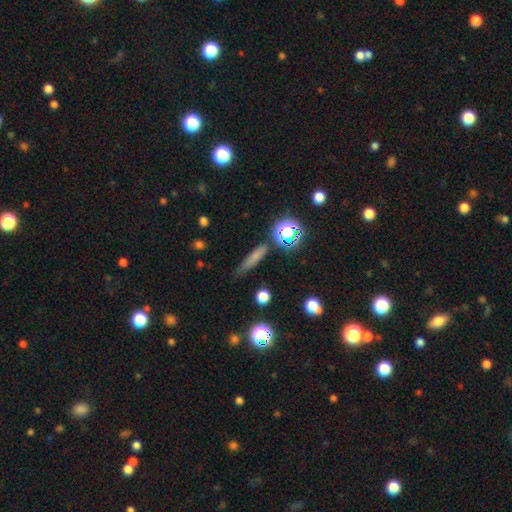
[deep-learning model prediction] smooth-or-featured: smooth: 54% | star or artifact: 26% | featured or disk: 21%
  how-rounded: cigar-shaped: 74% | in between: 15% | round: 12%
  merging: none: 79% | minor disturbance: 13% | major disturbance: 4% | merger: 4%